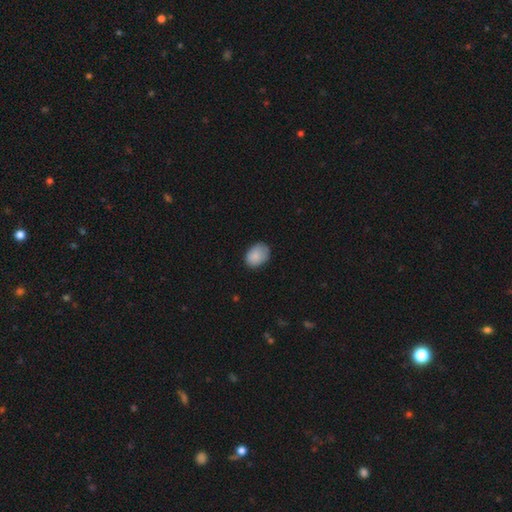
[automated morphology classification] Smooth or featured? Predicted: smooth (p=0.86). How rounded? Predicted: in between (p=0.74). Merging? Predicted: none (p=0.73).